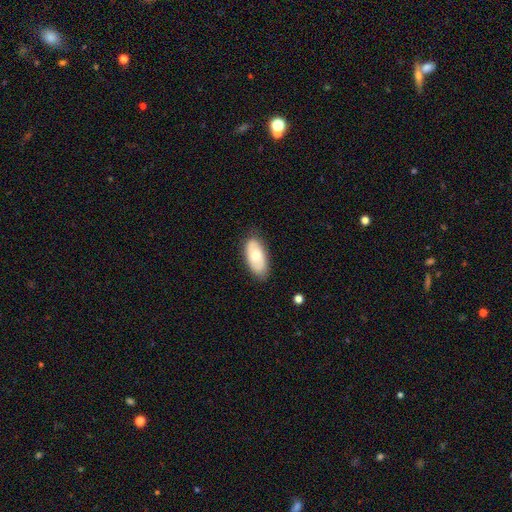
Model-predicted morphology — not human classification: Smooth or featured: smooth — 64% (featured or disk — 30%)
How rounded: in between — 92% (cigar-shaped — 5%)
Merging: none — 81% (minor disturbance — 15%)